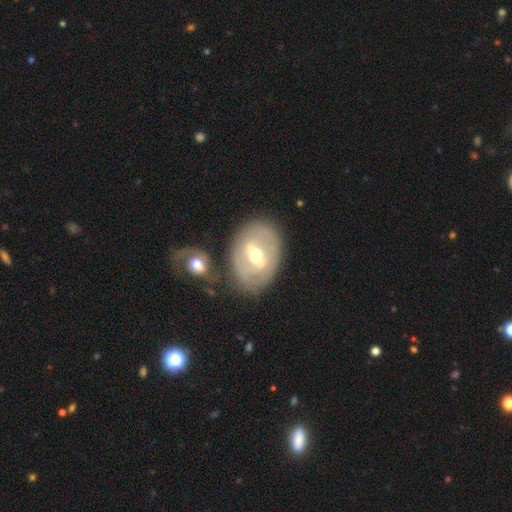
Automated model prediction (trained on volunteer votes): The model was most divided on "spiral arms": yes: 52%, no: 48%. Remaining: edge-on disk — no (93%); bulge size — moderate (75%); smooth or featured — featured or disk (72%); merging — none (68%); bar — strong (46%).